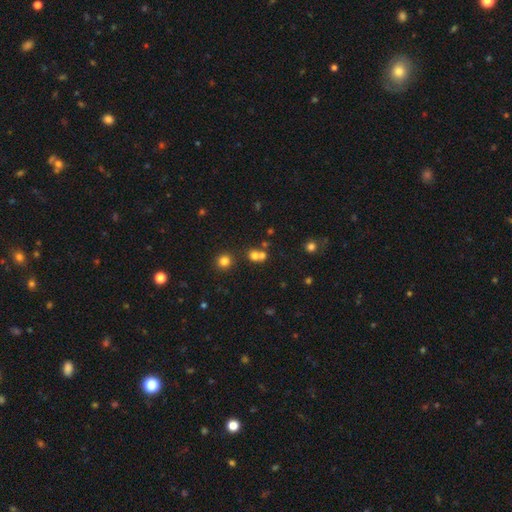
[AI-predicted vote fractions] A smooth galaxy with no disk features (68%) that is round (77%). Merging: merger (48%).